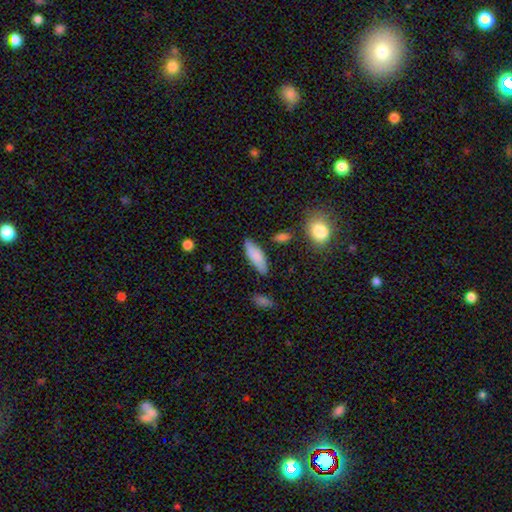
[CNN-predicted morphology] Smooth or featured?
  - smooth: 82% *
  - featured or disk: 11%
  - star or artifact: 7%
How rounded?
  - in between: 65% *
  - cigar-shaped: 33%
  - round: 2%
Merging?
  - none: 77% *
  - minor disturbance: 16%
  - major disturbance: 3%
  - merger: 3%